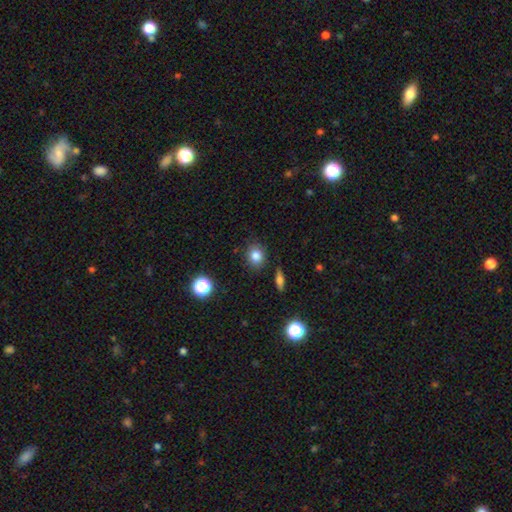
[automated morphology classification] smooth 82%, star or artifact 12%, featured or disk 6%. Down the decision tree: how rounded — round (72%); merging — none (85%).